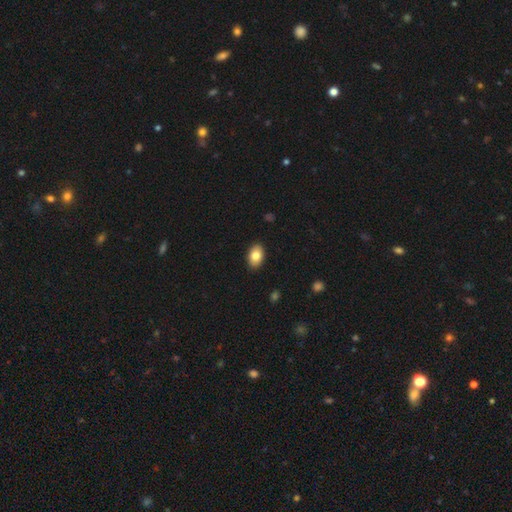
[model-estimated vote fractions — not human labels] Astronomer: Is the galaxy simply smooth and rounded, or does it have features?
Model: smooth — 83%.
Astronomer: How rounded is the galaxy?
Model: in between — 89%.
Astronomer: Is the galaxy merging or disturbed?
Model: none — 89%.